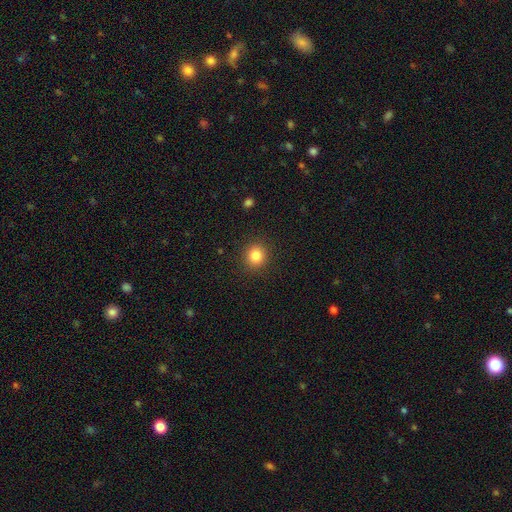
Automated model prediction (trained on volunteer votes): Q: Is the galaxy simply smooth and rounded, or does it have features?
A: smooth — 84%.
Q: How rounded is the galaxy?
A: round — 88%.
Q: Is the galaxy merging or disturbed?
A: none — 90%.